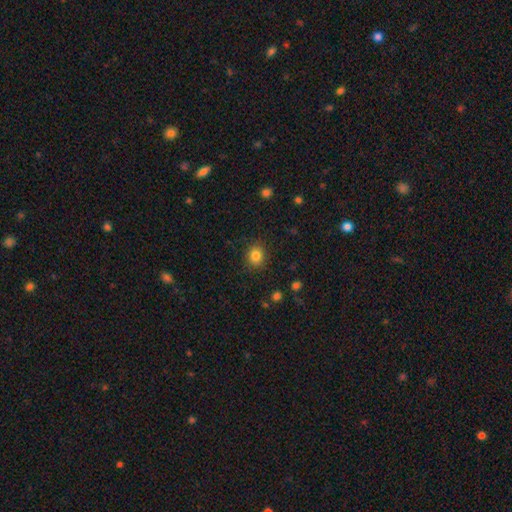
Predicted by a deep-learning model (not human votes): This is clearly a smooth galaxy (82%). How rounded: clearly round (80%). Merging: clearly none (89%).